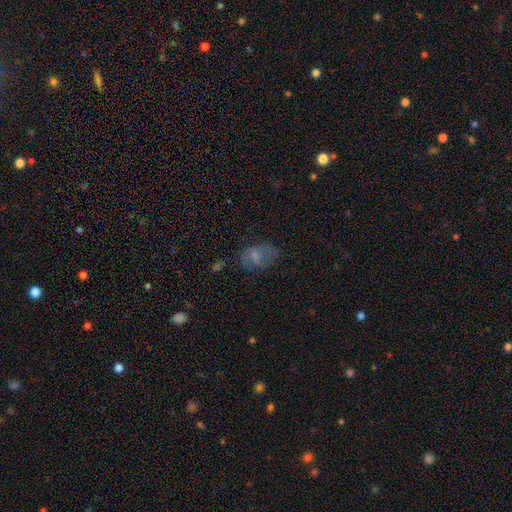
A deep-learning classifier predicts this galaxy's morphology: smooth 56%, featured or disk 31%, star or artifact 13%. Down the decision tree: how rounded — in between (82%); merging — none (47%).